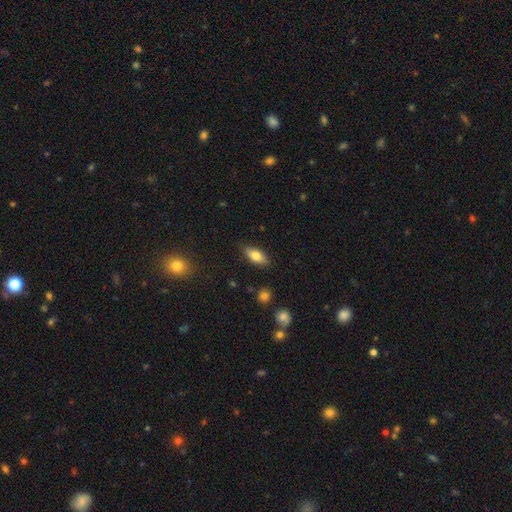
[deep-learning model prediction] A smooth galaxy with no disk features (77%) that is in between round and cigar-shaped (84%). Merging: none (84%).